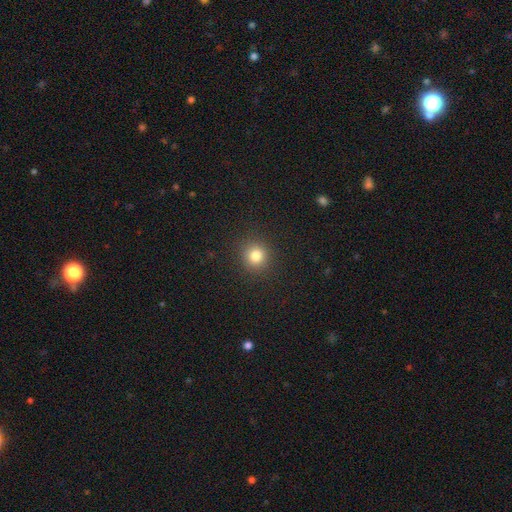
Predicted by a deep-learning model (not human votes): Smooth or featured: smooth — 81% (star or artifact — 14%)
How rounded: round — 91% (in between — 8%)
Merging: none — 90% (minor disturbance — 6%)